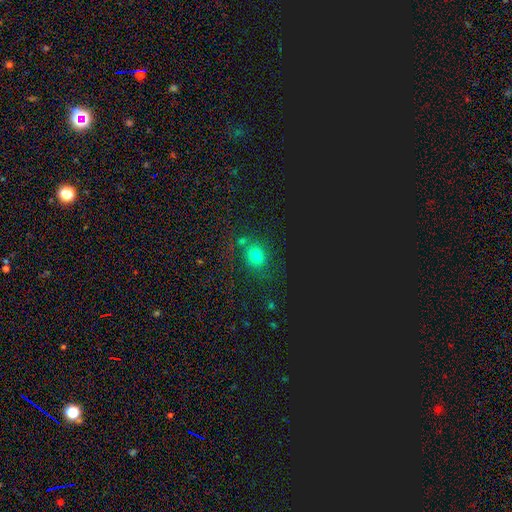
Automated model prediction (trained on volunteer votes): This appears to be a smooth galaxy with no disk features (66%) that is round (66%). Merging: none (69%).